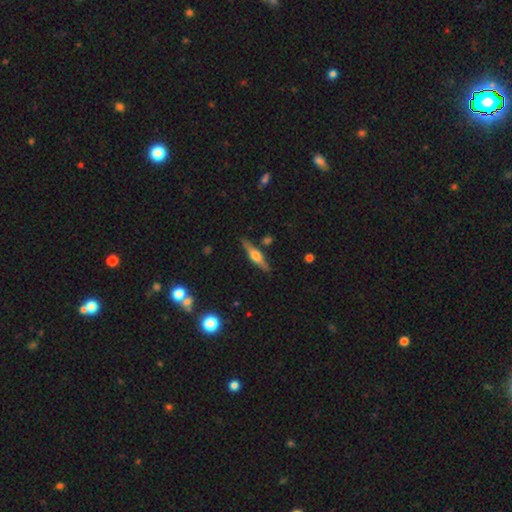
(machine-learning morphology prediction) type=featured or disk (65%); edge-on=yes (96%); edge-on bulge=rounded (88%); merging=none (86%).